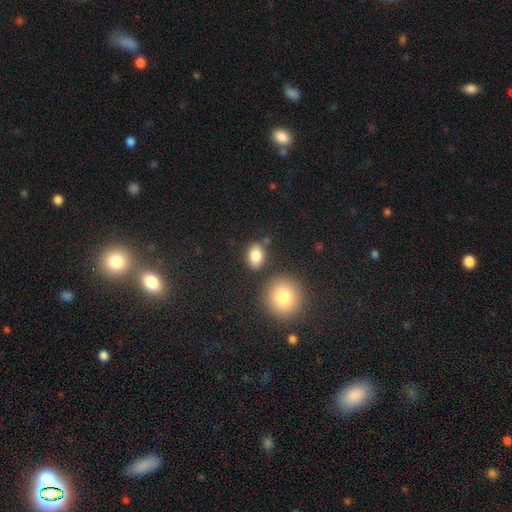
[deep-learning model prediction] smooth-or-featured: smooth: 84% | star or artifact: 9% | featured or disk: 7%
  how-rounded: in between: 78% | round: 21% | cigar-shaped: 2%
  merging: none: 75% | minor disturbance: 13% | merger: 8% | major disturbance: 4%